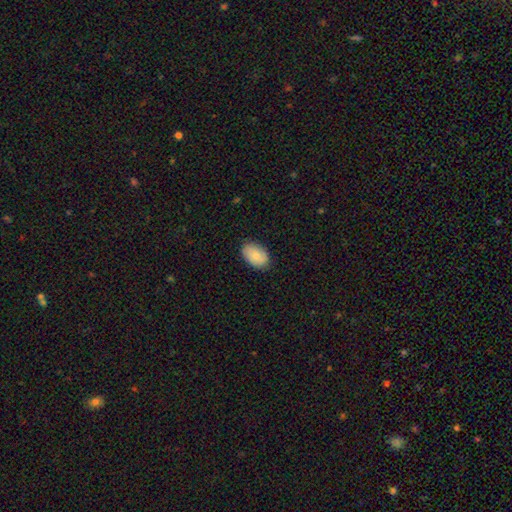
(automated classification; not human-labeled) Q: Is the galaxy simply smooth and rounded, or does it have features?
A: smooth — 74%.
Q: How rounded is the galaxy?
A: in between — 89%.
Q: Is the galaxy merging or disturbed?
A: none — 82%.